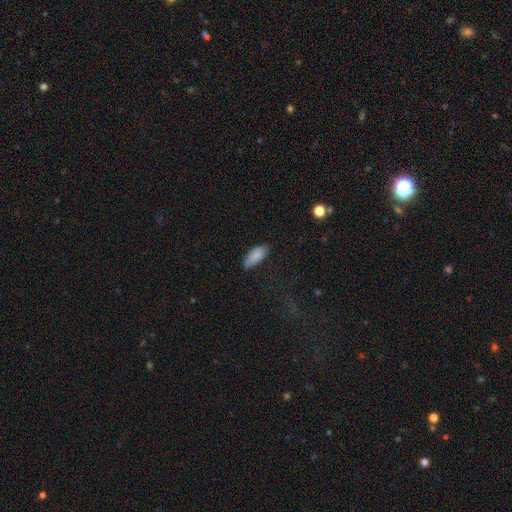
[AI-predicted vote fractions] This is clearly a smooth galaxy (86%). How rounded: clearly in between (85%). Merging: likely none (71%).